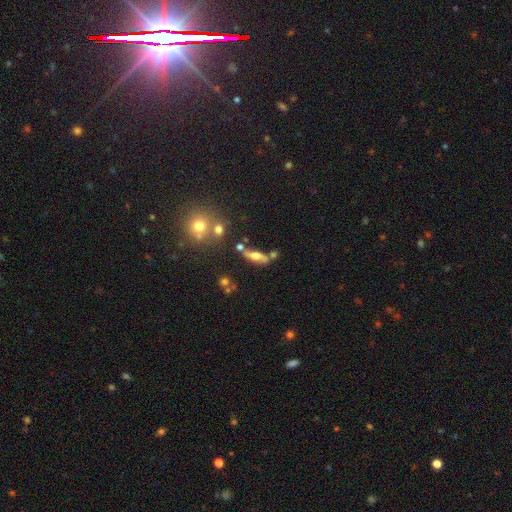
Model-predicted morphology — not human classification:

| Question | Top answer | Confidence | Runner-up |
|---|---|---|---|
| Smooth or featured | featured or disk | 54% | smooth (35%) |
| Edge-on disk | yes | 65% | no (35%) |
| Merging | none | 58% | merger (18%) |